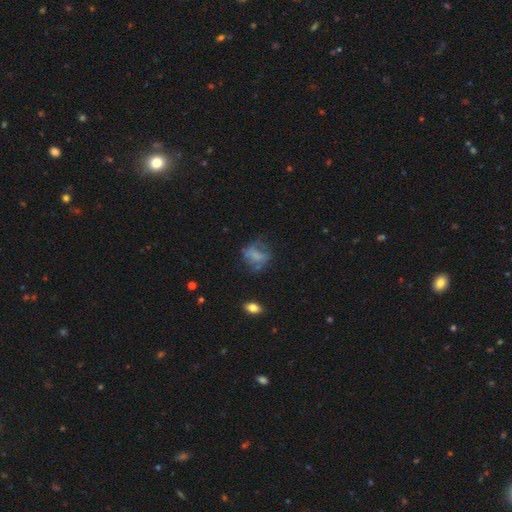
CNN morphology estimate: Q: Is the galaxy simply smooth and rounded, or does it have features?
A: smooth — 50%.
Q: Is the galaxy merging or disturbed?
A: none — 40%.